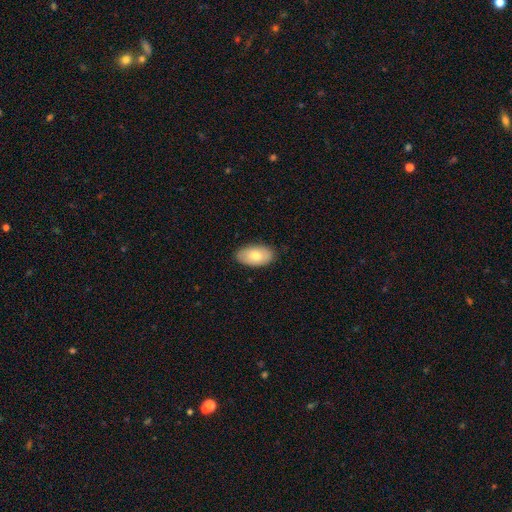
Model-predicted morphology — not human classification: smooth-or-featured: smooth: 73% | featured or disk: 21% | star or artifact: 6%
  how-rounded: in between: 94% | round: 5% | cigar-shaped: 2%
  merging: none: 85% | minor disturbance: 12% | major disturbance: 2% | merger: 1%